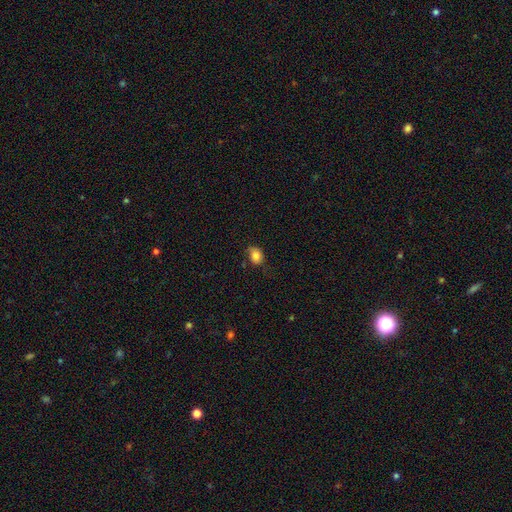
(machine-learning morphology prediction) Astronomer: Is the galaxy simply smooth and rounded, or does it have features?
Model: smooth — 84%.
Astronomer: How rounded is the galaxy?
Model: in between — 60% (runner-up: round, 39%).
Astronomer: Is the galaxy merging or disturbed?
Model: none — 62%.